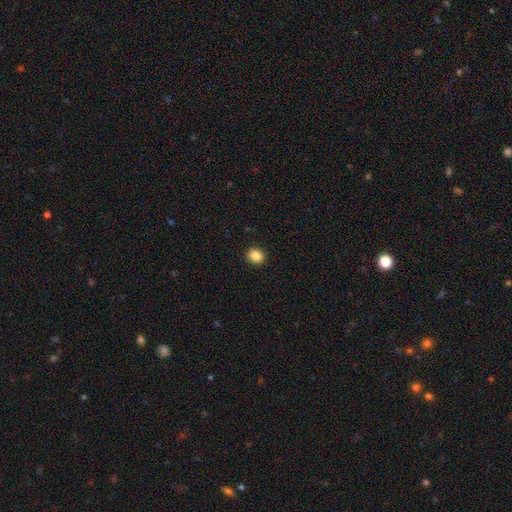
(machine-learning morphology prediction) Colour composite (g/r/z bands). It shows a smooth galaxy with no disk features (86%) that is round (75%). Merging: none (92%).